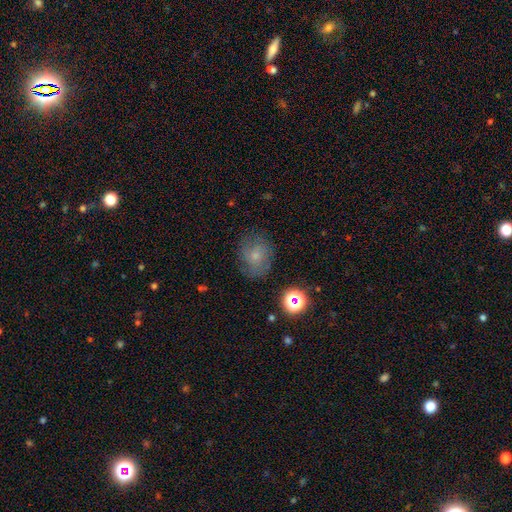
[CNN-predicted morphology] smooth 54%, featured or disk 30%, star or artifact 16%. Down the decision tree: how rounded — round (66%); merging — none (69%).